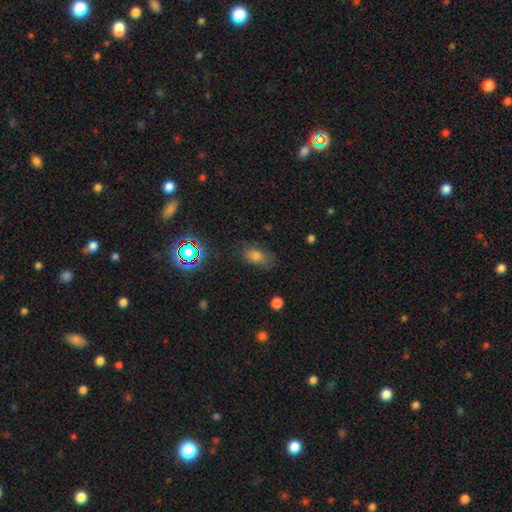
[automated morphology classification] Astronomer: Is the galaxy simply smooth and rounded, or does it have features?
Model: smooth — 71%.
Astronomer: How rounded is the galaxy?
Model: in between — 83%.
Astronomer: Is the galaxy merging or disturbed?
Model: none — 74%.